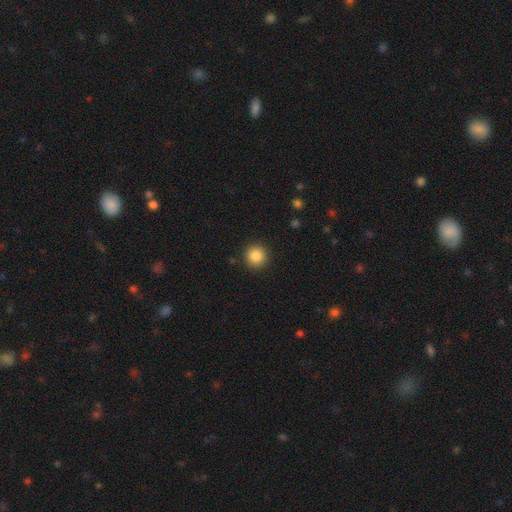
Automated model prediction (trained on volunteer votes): Smooth or featured? smooth (86%)
How rounded? round (95%)
Merging? none (92%)